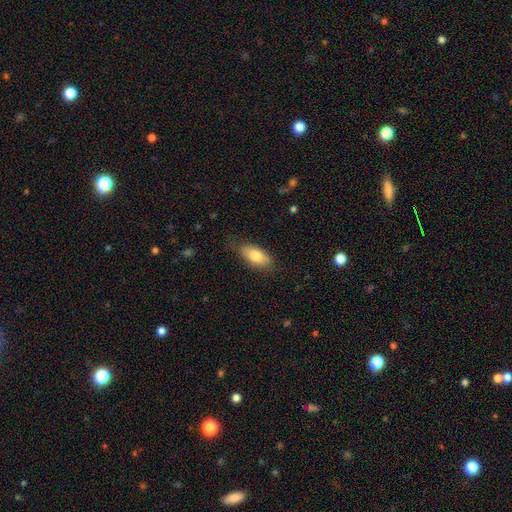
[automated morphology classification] This appears to be a smooth galaxy with no disk features (80%) that is in between round and cigar-shaped (86%). Merging: none (74%).